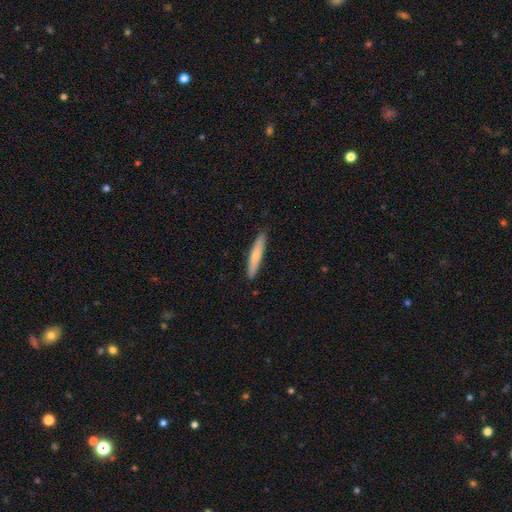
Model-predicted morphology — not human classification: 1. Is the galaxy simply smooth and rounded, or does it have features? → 67% smooth, 28% featured or disk, 5% star or artifact.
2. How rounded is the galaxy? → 91% cigar-shaped, 7% in between, 1% round.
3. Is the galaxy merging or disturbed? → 89% none, 8% minor disturbance, 1% major disturbance, 1% merger.